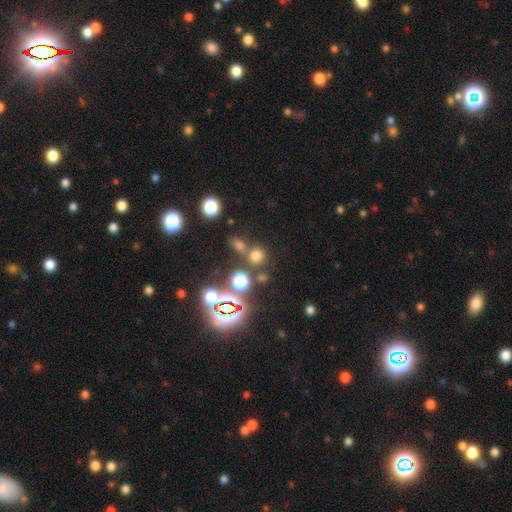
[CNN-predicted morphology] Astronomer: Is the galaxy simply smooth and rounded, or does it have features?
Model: smooth — 62%.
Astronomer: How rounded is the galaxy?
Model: round — 86%.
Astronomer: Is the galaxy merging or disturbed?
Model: none — 69%.